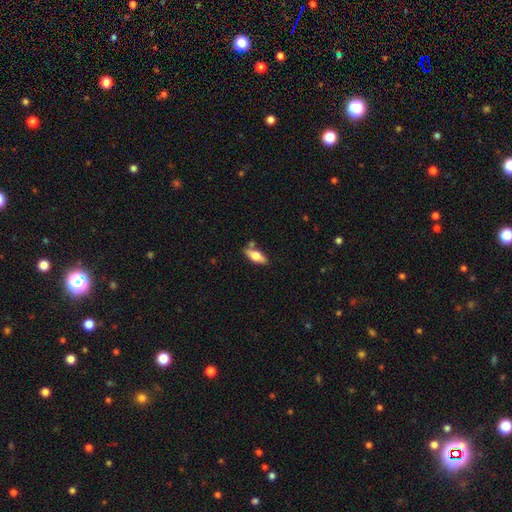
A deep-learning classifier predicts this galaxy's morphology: Smooth or featured?
  - smooth: 58% *
  - featured or disk: 35%
  - star or artifact: 6%
How rounded?
  - in between: 72% *
  - cigar-shaped: 25%
  - round: 3%
Merging?
  - none: 74% *
  - minor disturbance: 14%
  - merger: 8%
  - major disturbance: 3%